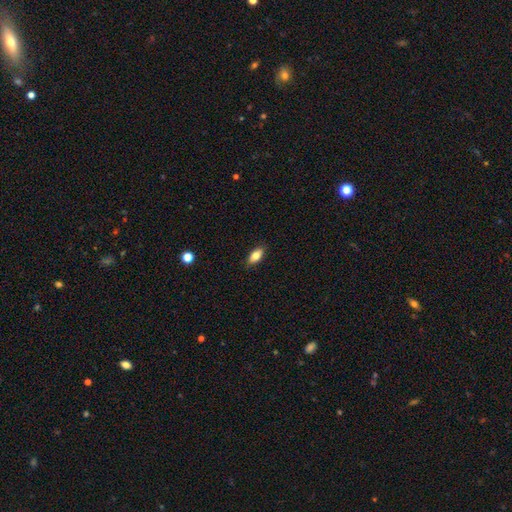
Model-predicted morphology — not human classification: This appears to be a smooth galaxy with no disk features (78%) that is in between round and cigar-shaped (86%). Merging: none (87%).